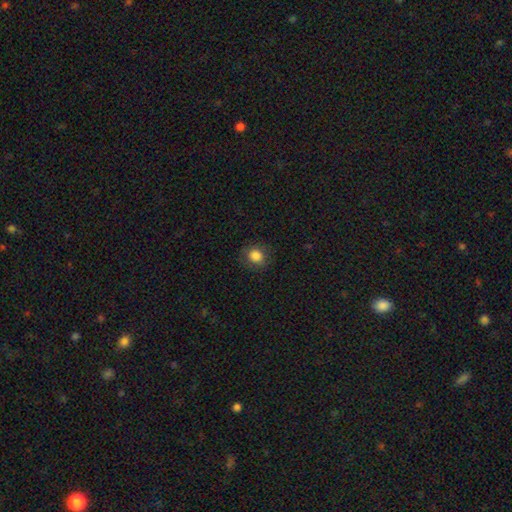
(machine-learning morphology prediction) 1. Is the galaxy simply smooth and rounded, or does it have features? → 84% smooth, 10% star or artifact, 6% featured or disk.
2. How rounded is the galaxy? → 82% round, 17% in between, 1% cigar-shaped.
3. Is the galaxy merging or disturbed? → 85% none, 10% minor disturbance, 4% major disturbance, 1% merger.